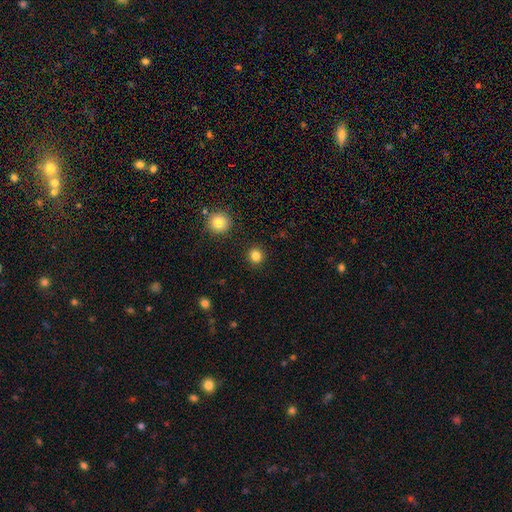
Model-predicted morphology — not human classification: This is clearly a smooth galaxy (83%). How rounded: clearly round (91%). Merging: clearly none (91%).